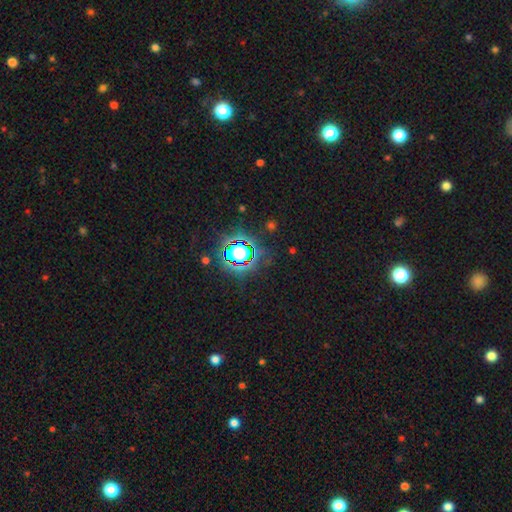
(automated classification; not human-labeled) Smooth or featured: star or artifact — 83% (smooth — 11%)